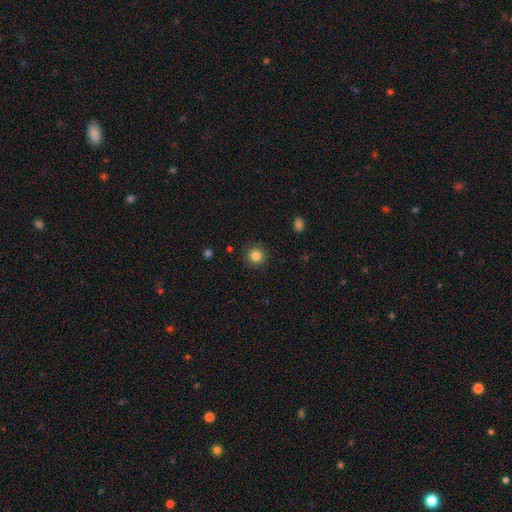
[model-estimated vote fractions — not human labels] smooth-or-featured: smooth: 84% | star or artifact: 11% | featured or disk: 5%
  how-rounded: round: 94% | in between: 5% | cigar-shaped: 1%
  merging: none: 91% | minor disturbance: 6% | major disturbance: 2% | merger: 1%